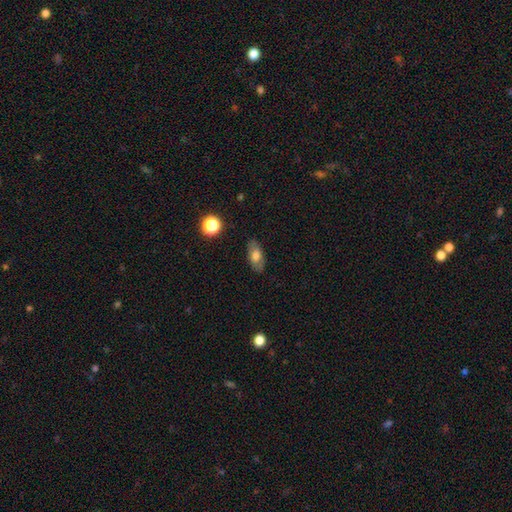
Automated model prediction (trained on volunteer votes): smooth-or-featured: smooth: 68% | featured or disk: 24% | star or artifact: 8%
  how-rounded: in between: 87% | cigar-shaped: 8% | round: 6%
  merging: none: 82% | minor disturbance: 14% | major disturbance: 3% | merger: 1%